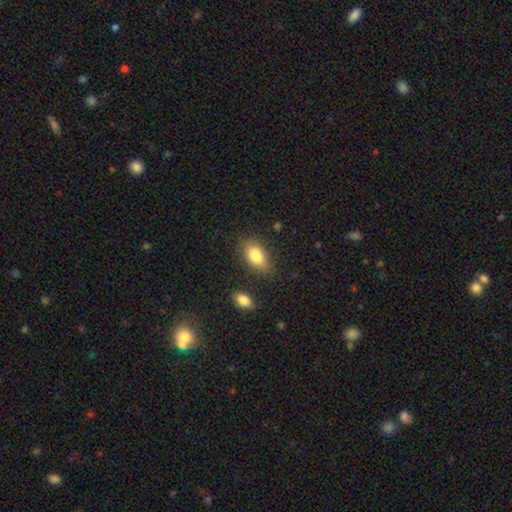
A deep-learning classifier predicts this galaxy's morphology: smooth-or-featured: smooth: 82% | featured or disk: 11% | star or artifact: 7%
  how-rounded: in between: 88% | round: 7% | cigar-shaped: 5%
  merging: none: 77% | minor disturbance: 16% | major disturbance: 4% | merger: 3%